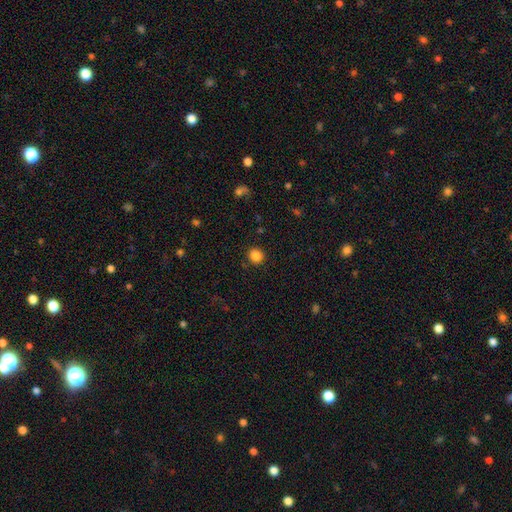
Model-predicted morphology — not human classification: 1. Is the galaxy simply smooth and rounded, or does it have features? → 86% smooth, 11% star or artifact, 3% featured or disk.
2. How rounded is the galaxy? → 87% round, 12% in between, 1% cigar-shaped.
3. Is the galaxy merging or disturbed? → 90% none, 6% minor disturbance, 2% major disturbance, 1% merger.